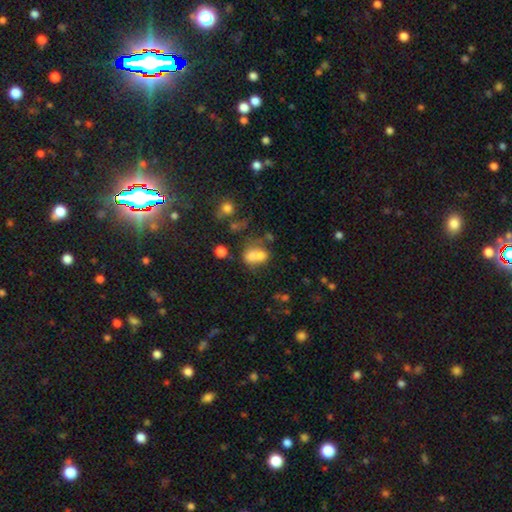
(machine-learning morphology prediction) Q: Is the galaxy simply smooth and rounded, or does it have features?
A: smooth — 68%.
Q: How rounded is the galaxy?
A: in between — 64%.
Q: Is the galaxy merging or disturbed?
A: merger — 55%.